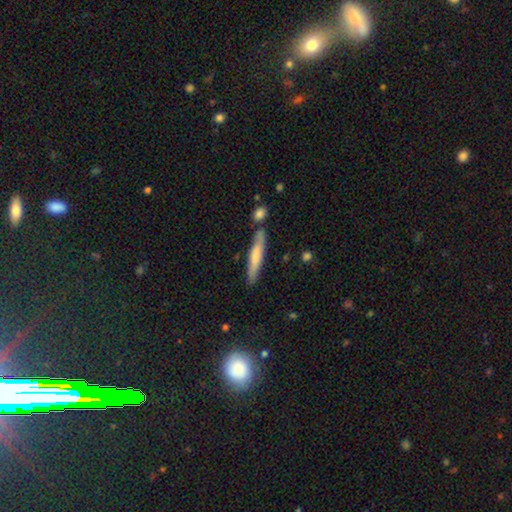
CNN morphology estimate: type=smooth (60%); roundness=cigar-shaped (92%); merging=none (80%).